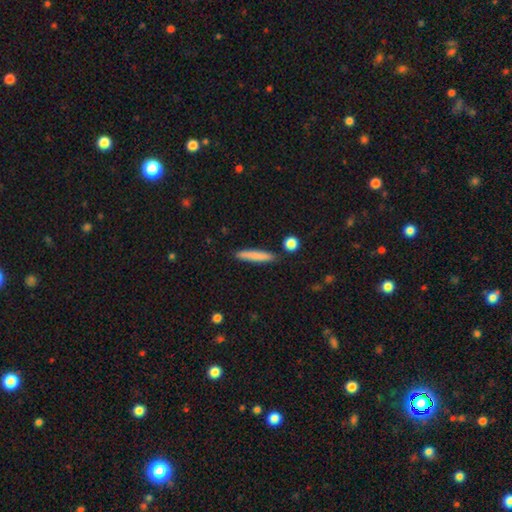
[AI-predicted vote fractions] A smooth galaxy with no disk features (79%) that is cigar-shaped (92%). Merging: none (87%).